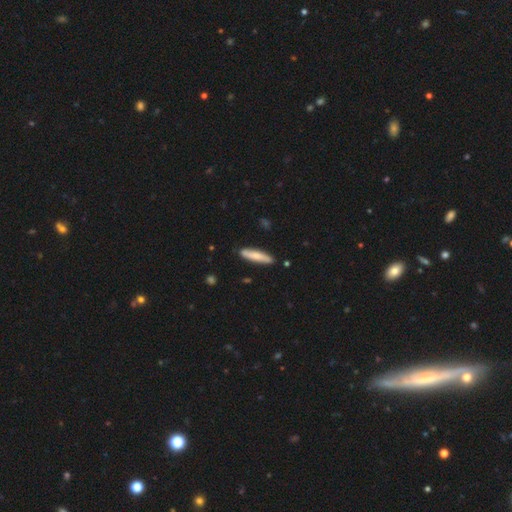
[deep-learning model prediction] Smooth or featured?
  - smooth: 70% *
  - featured or disk: 25%
  - star or artifact: 5%
How rounded?
  - cigar-shaped: 84% *
  - in between: 14%
  - round: 1%
Merging?
  - none: 86% *
  - minor disturbance: 11%
  - merger: 2%
  - major disturbance: 2%